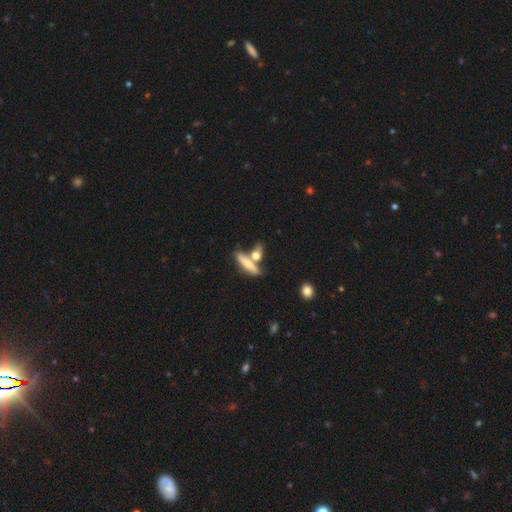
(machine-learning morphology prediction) Smooth or featured? Predicted: smooth (p=0.65). How rounded? Predicted: cigar-shaped (p=0.50). Merging? Predicted: none (p=0.45).